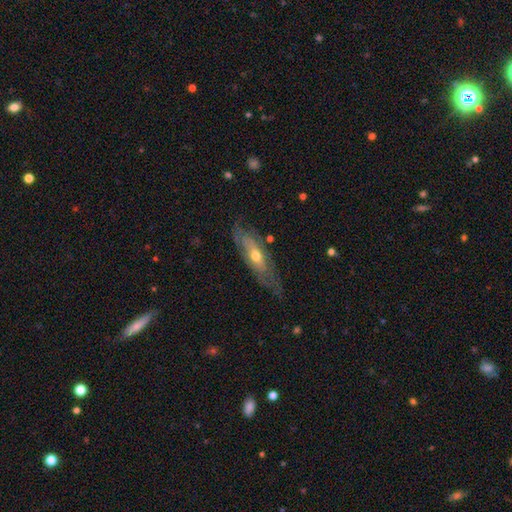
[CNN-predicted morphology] smooth-or-featured: featured or disk: 68% | smooth: 26% | star or artifact: 6%
  disk-edge-on: no: 70% | yes: 30%
  merging: none: 68% | minor disturbance: 21% | major disturbance: 9% | merger: 2%